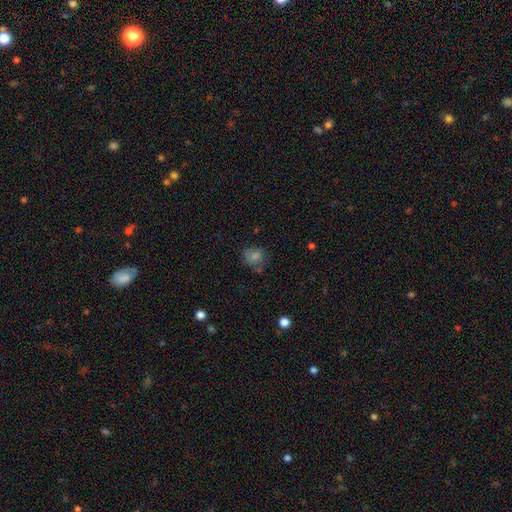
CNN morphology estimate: This appears to be a smooth galaxy with no disk features (65%) that is round (71%). Merging: none (67%).